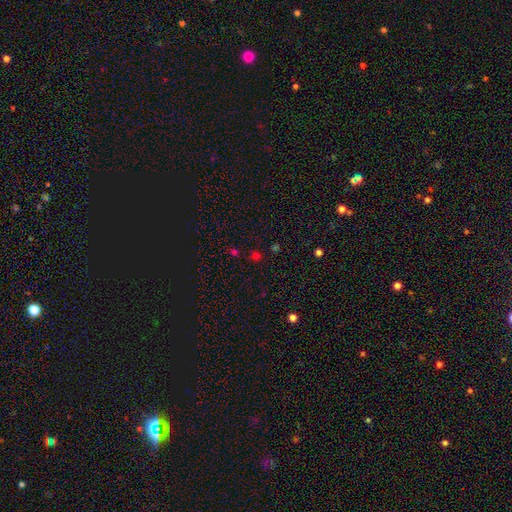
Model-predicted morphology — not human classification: The model was most divided on "smooth or featured": smooth: 53%, star or artifact: 41%, featured or disk: 6%. More confident: how rounded — round (80%); merging — none (79%).